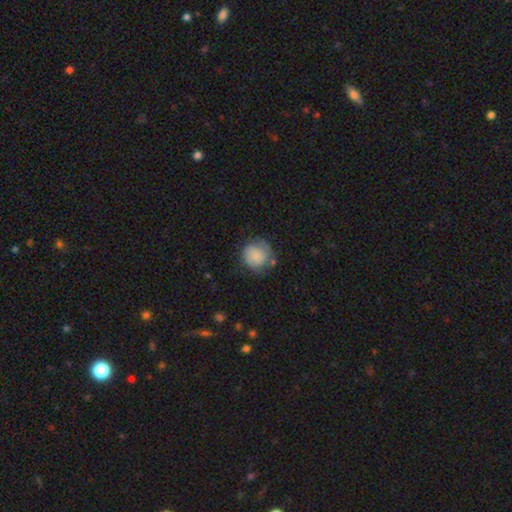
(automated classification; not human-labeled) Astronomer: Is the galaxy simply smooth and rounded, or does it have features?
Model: smooth — 76%.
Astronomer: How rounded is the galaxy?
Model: round — 88%.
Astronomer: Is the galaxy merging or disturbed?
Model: none — 60%.